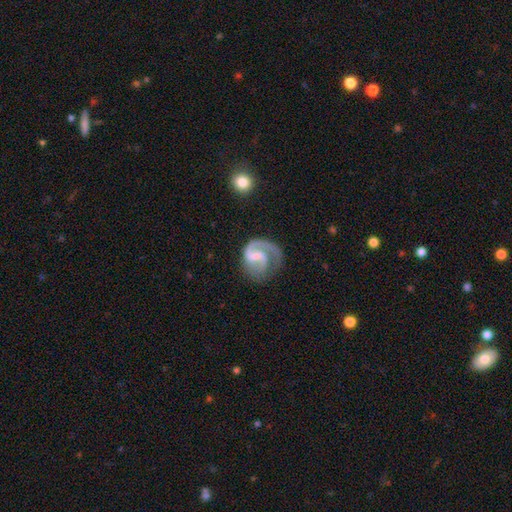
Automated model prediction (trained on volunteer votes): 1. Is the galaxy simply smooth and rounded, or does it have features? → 81% featured or disk, 13% smooth, 5% star or artifact.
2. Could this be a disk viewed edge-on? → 98% no, 2% yes.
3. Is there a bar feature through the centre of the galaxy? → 50% weak, 29% no, 21% strong.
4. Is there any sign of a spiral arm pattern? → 94% yes, 6% no.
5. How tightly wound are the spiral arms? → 47% medium, 28% loose, 25% tight.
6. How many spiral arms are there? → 50% 1, 42% 2, 4% can't tell, 2% 3, 1% 4, 1% more than 4.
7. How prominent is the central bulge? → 48% none, 27% small, 18% moderate, 6% large, 1% dominant.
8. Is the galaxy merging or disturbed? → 49% none, 28% major disturbance, 20% minor disturbance, 3% merger.